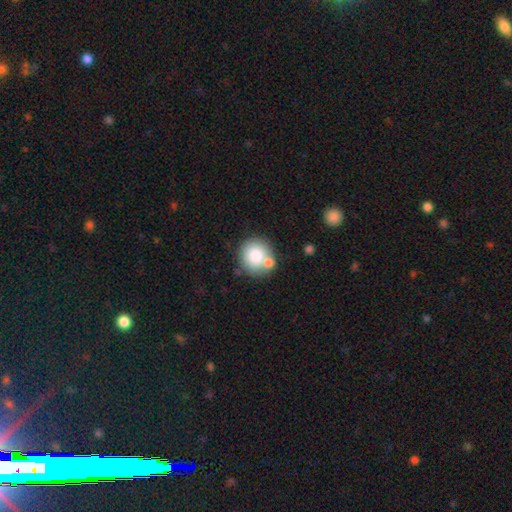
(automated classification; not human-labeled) smooth 80%, featured or disk 12%, star or artifact 8%. Down the decision tree: how rounded — round (87%); merging — none (60%).